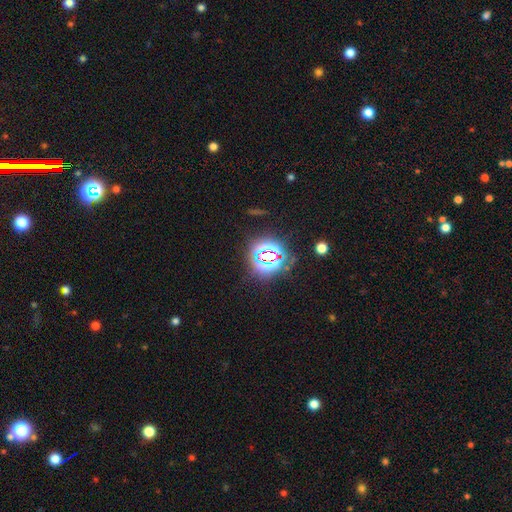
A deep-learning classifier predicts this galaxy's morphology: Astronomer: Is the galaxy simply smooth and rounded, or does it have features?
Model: star or artifact — 74%.